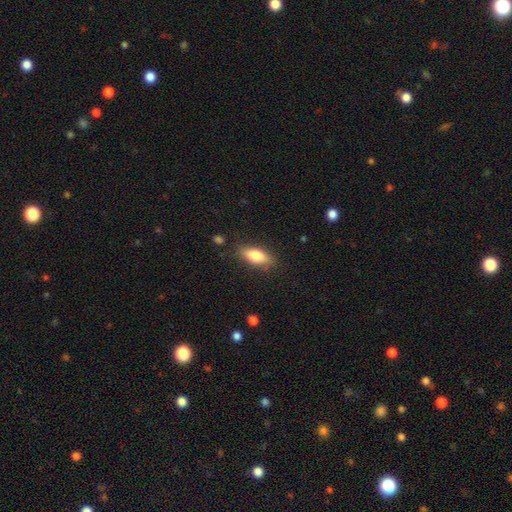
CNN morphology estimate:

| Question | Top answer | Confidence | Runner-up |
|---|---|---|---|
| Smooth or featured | smooth | 78% | featured or disk (15%) |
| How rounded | in between | 77% | cigar-shaped (19%) |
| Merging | none | 82% | minor disturbance (13%) |